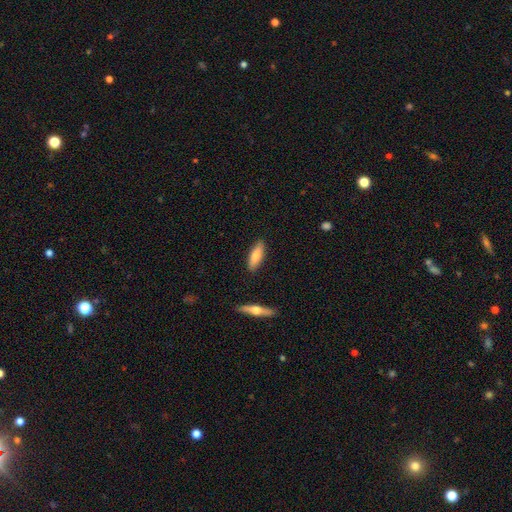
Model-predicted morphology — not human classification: A smooth galaxy with no disk features (74%) that is in between round and cigar-shaped (52%).

Vote fractions:
- Smooth or featured? smooth: 74% / featured or disk: 20% / star or artifact: 6%
- How rounded? in between: 52% / cigar-shaped: 46% / round: 2%
- Merging? none: 85% / minor disturbance: 10% / merger: 2% / major disturbance: 2%